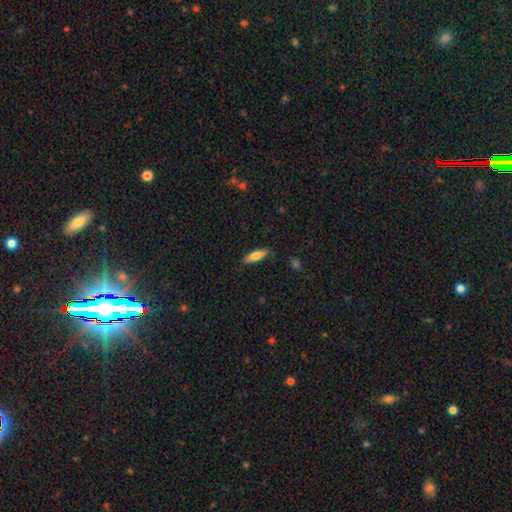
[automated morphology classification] smooth 72%, featured or disk 22%, star or artifact 6%. Down the decision tree: how rounded — cigar-shaped (53%); merging — none (83%).